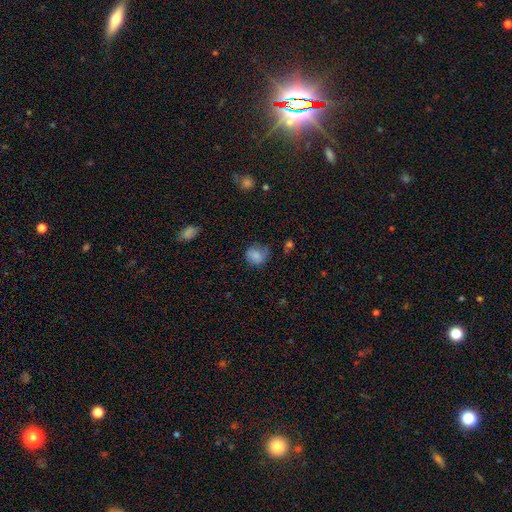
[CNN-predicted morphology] Overall: smooth (80%). How rounded: round (66%; in between 33%). Merging: none (58%; minor disturbance 28%).